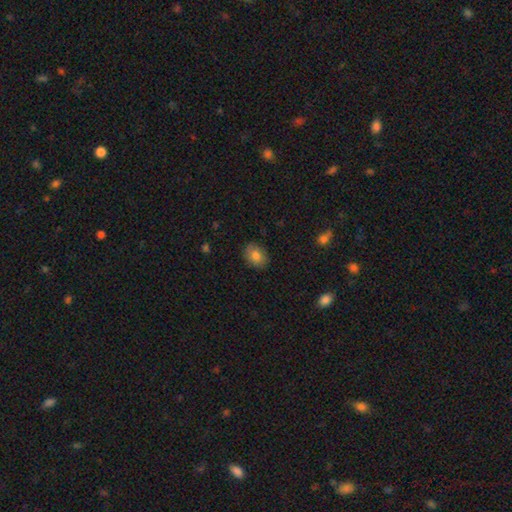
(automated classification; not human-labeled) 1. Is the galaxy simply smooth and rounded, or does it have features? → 83% smooth, 9% featured or disk, 8% star or artifact.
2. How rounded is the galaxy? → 66% in between, 33% round, 1% cigar-shaped.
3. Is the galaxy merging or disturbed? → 85% none, 11% minor disturbance, 2% major disturbance, 1% merger.